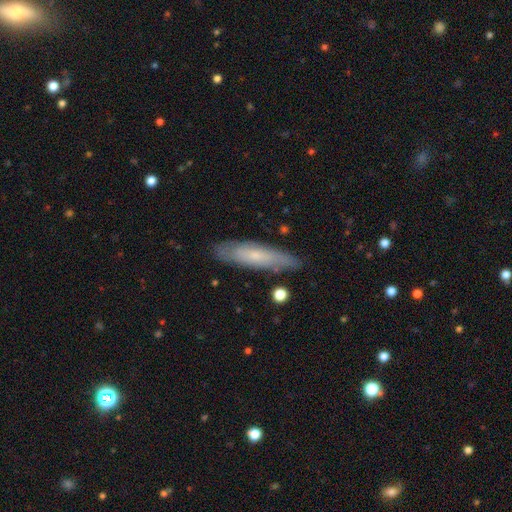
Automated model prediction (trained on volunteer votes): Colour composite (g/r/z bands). It shows a smooth galaxy with no disk features (54%) that is cigar-shaped (76%). Merging: none (82%).